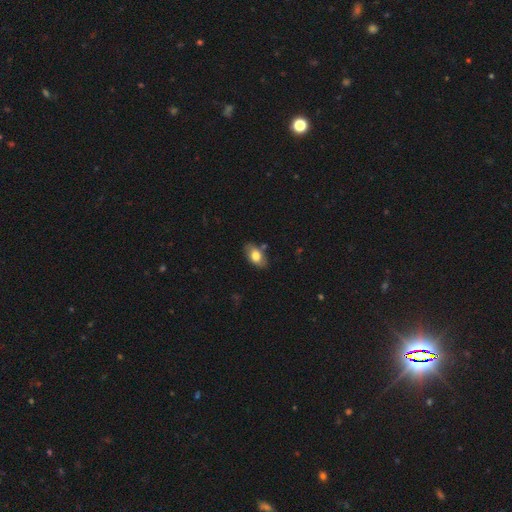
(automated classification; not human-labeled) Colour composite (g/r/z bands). It shows a smooth galaxy with no disk features (75%) that is in between round and cigar-shaped (91%). Merging: none (78%).